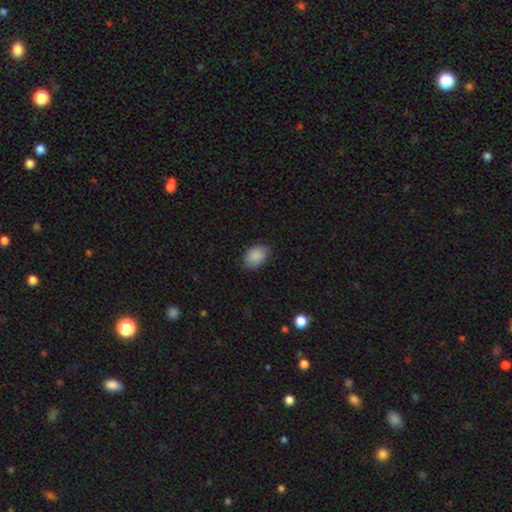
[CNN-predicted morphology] This appears to be a smooth galaxy with no disk features (88%) that is in between round and cigar-shaped (80%). Merging: none (81%).